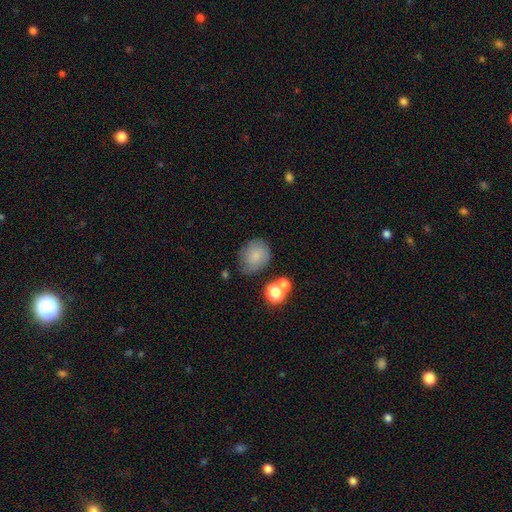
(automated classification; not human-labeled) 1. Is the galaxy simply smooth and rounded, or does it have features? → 72% smooth, 18% featured or disk, 10% star or artifact.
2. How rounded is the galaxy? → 59% round, 40% in between, 1% cigar-shaped.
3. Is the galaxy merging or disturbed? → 60% none, 25% minor disturbance, 8% major disturbance, 7% merger.